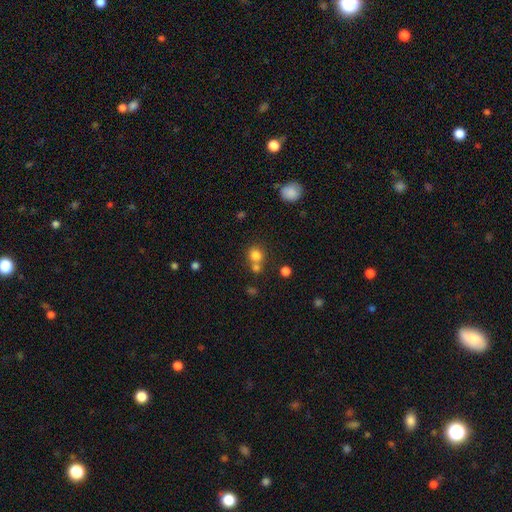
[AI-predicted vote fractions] This appears to be a smooth galaxy with no disk features (79%) that is round (85%). Merging: none (55%).